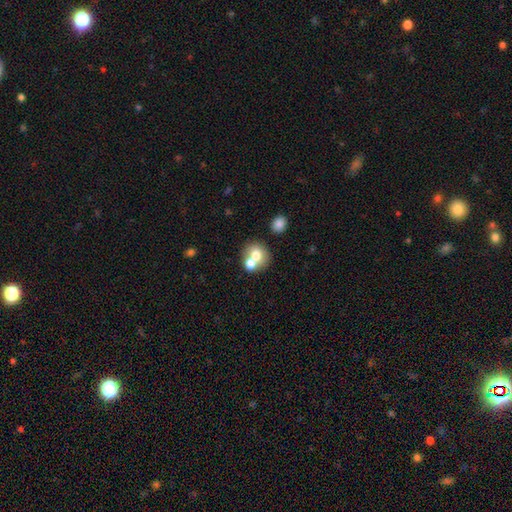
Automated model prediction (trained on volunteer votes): Smooth or featured: smooth — 69% (featured or disk — 21%)
How rounded: round — 76% (in between — 23%)
Merging: merger — 51% (none — 40%)